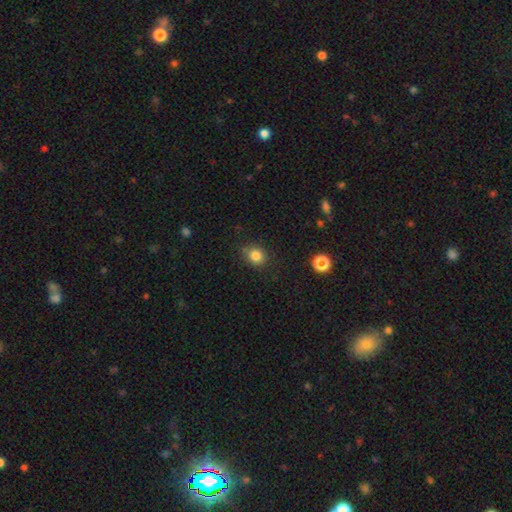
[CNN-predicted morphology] This appears to be a smooth galaxy with no disk features (83%) that is round (80%). Merging: none (81%).